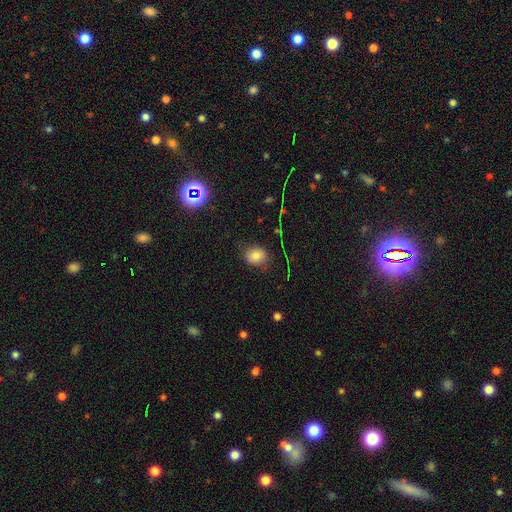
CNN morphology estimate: Smooth or featured? smooth (75%)
How rounded? round (51%)
Merging? none (73%)